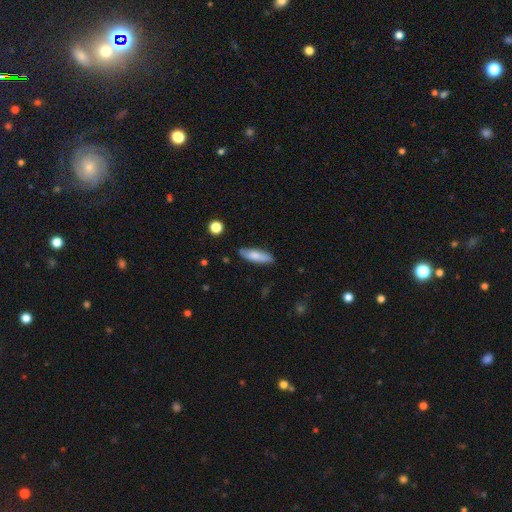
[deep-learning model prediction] This appears to be a smooth galaxy with no disk features (75%) that is cigar-shaped (54%). Merging: none (85%).